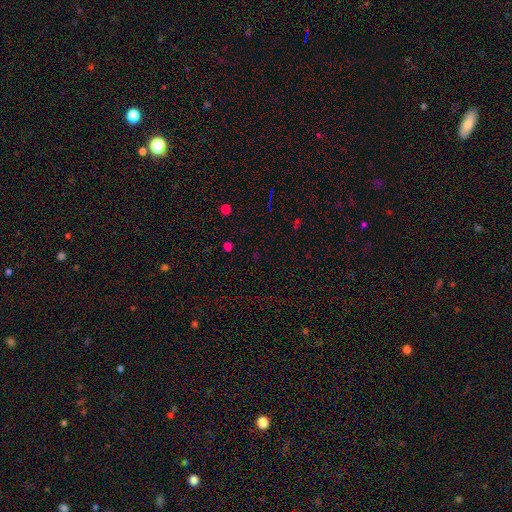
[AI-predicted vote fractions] A star or artifact, not a galaxy (59%).